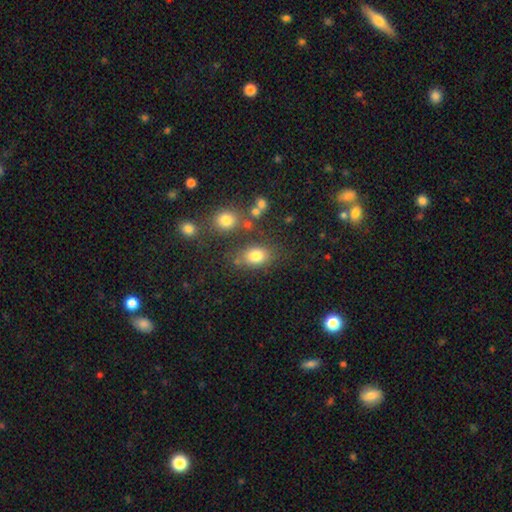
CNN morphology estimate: type=smooth (78%); roundness=in between (69%); merging=none (69%).